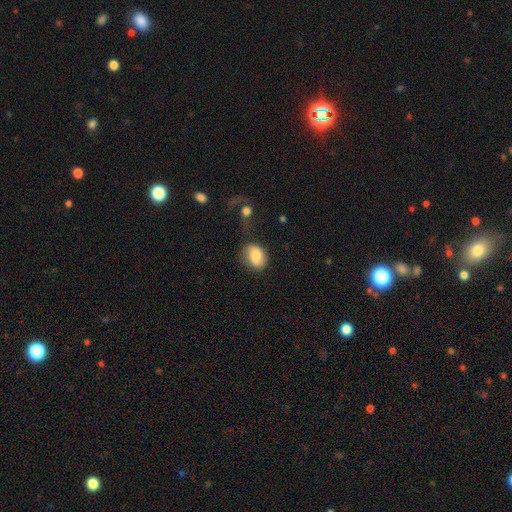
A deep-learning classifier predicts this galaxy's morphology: Smooth or featured?
  - smooth: 80% *
  - featured or disk: 12%
  - star or artifact: 8%
How rounded?
  - in between: 68% *
  - round: 30%
  - cigar-shaped: 1%
Merging?
  - none: 60% *
  - minor disturbance: 25%
  - major disturbance: 10%
  - merger: 5%